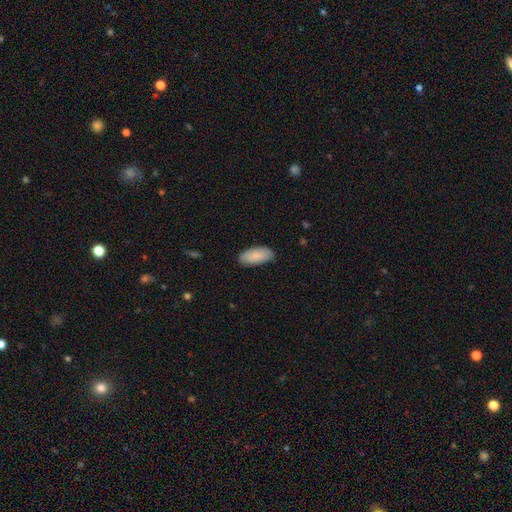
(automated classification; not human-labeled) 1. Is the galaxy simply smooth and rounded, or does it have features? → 85% smooth, 10% featured or disk, 6% star or artifact.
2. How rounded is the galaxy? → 92% in between, 6% cigar-shaped, 2% round.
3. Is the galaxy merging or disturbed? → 84% none, 13% minor disturbance, 2% major disturbance, 1% merger.